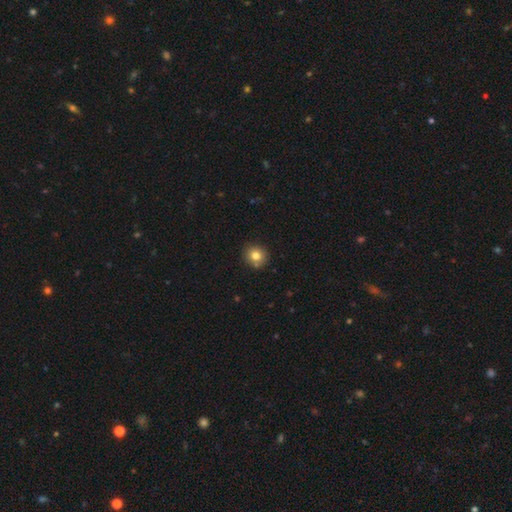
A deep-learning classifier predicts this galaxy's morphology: Q: Smooth or featured?
A: smooth (80%); runner-up: star or artifact (11%)
Q: How rounded?
A: round (86%); runner-up: in between (13%)
Q: Merging?
A: none (84%); runner-up: minor disturbance (10%)